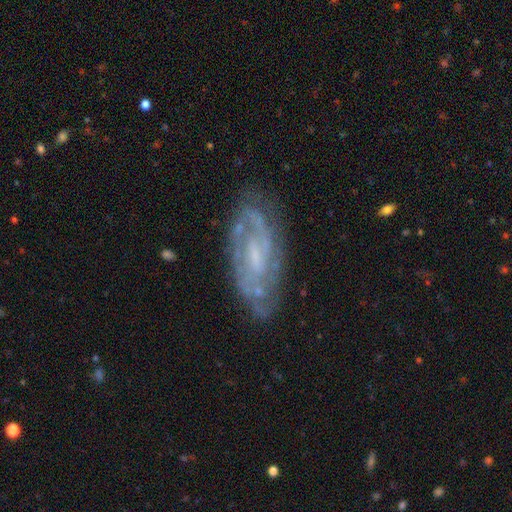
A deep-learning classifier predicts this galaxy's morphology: Smooth or featured? Predicted: featured or disk (p=0.80). Edge-on disk? Predicted: no (p=0.92). Bar? Predicted: weak (p=0.48). Spiral arms? Predicted: yes (p=0.89). Spiral winding? Predicted: tight (p=0.50). Spiral arm count? Predicted: 2 (p=0.44). Bulge size? Predicted: small (p=0.47). Merging? Predicted: none (p=0.73).